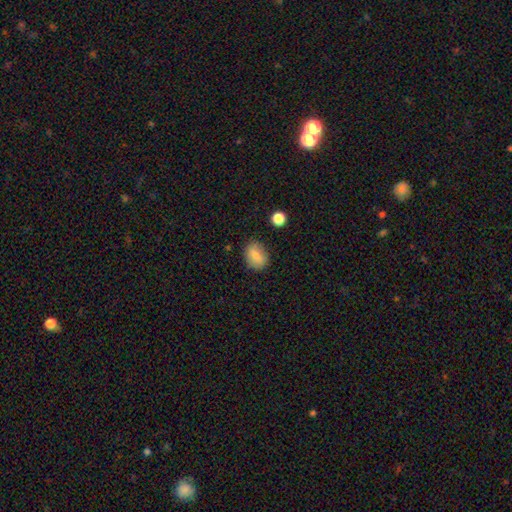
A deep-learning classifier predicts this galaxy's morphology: Q: Smooth or featured?
A: smooth (81%); runner-up: featured or disk (11%)
Q: How rounded?
A: in between (71%); runner-up: round (27%)
Q: Merging?
A: none (80%); runner-up: minor disturbance (14%)